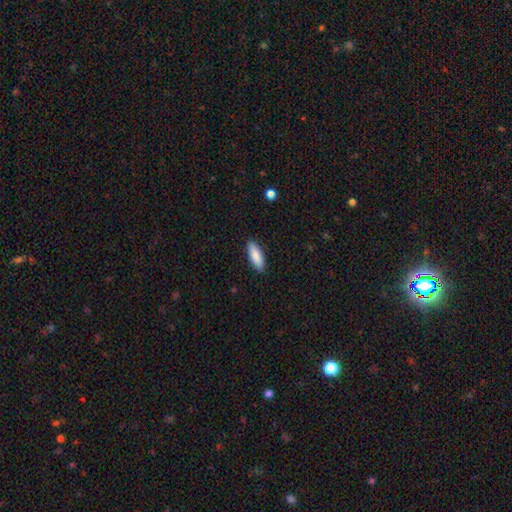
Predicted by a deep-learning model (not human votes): Smooth or featured? Predicted: smooth (p=0.86). How rounded? Predicted: in between (p=0.61). Merging? Predicted: none (p=0.90).